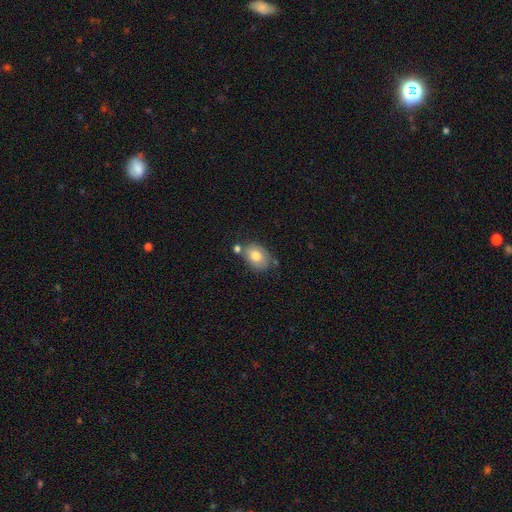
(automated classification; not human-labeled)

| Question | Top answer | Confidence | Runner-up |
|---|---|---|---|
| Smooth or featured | smooth | 78% | featured or disk (15%) |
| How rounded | in between | 75% | round (24%) |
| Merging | none | 60% | minor disturbance (21%) |